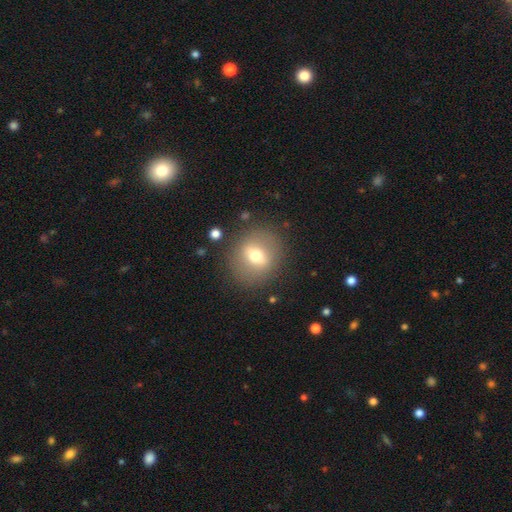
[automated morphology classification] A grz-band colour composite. It shows a smooth galaxy with no disk features (57%) that is round (76%). Merging: none (84%).